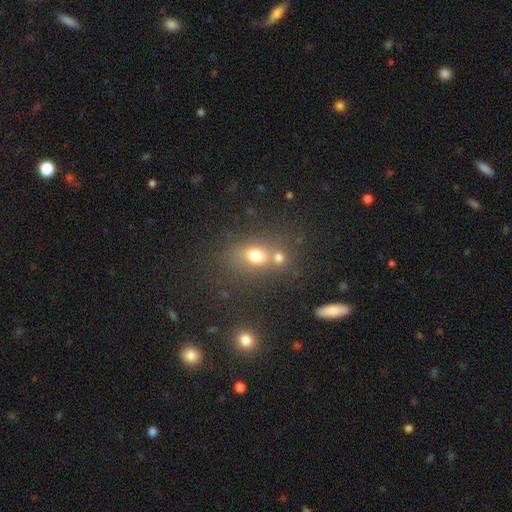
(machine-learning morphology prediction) Q: Smooth or featured?
A: smooth (69%); runner-up: star or artifact (16%)
Q: How rounded?
A: in between (59%); runner-up: round (38%)
Q: Merging?
A: merger (45%); runner-up: none (40%)